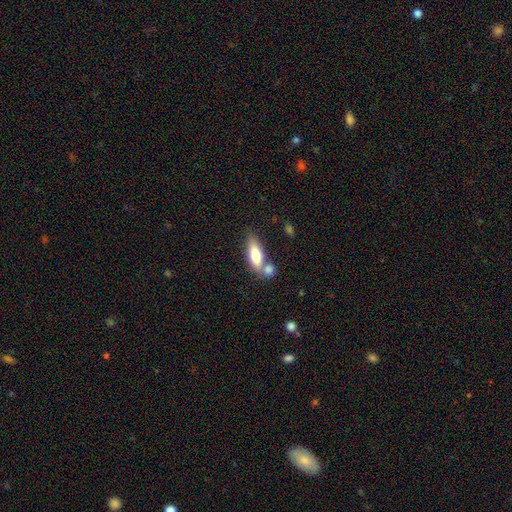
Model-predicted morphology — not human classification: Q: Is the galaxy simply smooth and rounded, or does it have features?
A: smooth — 70%.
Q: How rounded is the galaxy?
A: in between — 65%.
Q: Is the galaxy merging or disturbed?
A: none — 46%.